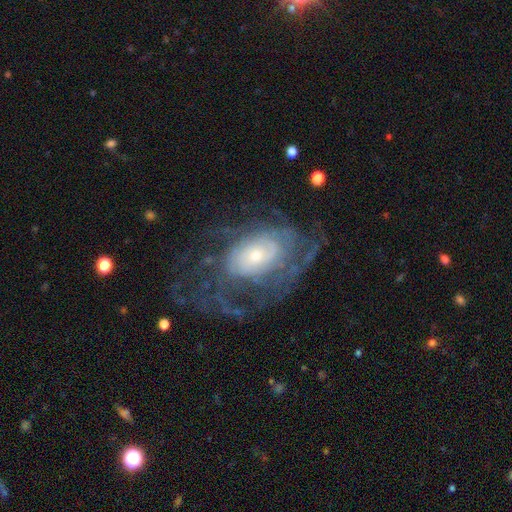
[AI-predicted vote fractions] featured or disk 79%, smooth 14%, star or artifact 7%. Down the decision tree: edge-on disk — no (95%); bar — no (77%); spiral arms — yes (81%); spiral arm count — can't tell (52%); spiral winding — tight (54%); bulge size — small (58%); merging — none (52%).